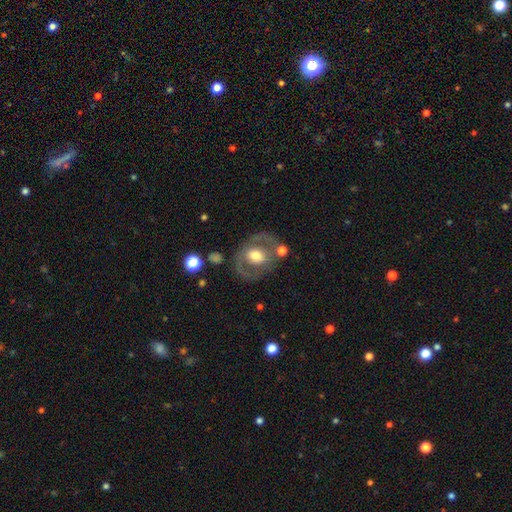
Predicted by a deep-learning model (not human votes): This appears to be a featured or disk galaxy (55%) with no bar (67%), no spiral arms (70%) and a moderate central bulge (59%). Merging: none (67%).